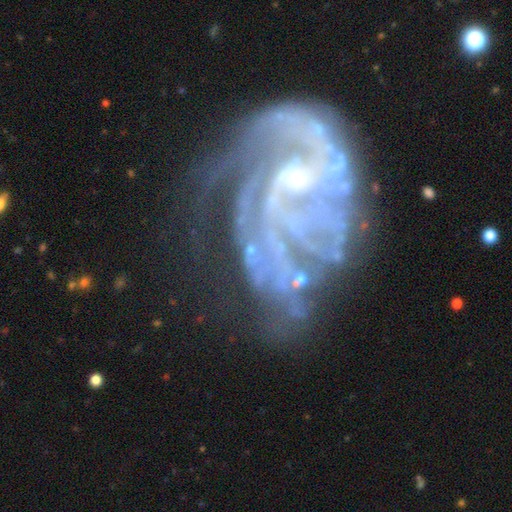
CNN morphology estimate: This is clearly a featured or disk galaxy (82%). It is clearly not viewed edge-on (97%). Bar: possibly no (58%). Spiral arm pattern: clearly yes (92%). Spiral arm count: marginally can't tell (24%). Spiral winding: possibly tight (46%). Central bulge: likely small (63%). Merging: possibly none (48%).